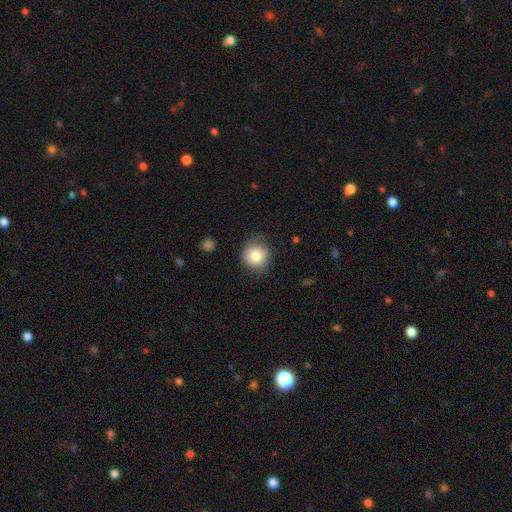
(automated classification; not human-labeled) This appears to be a smooth galaxy with no disk features (81%) that is round (89%). Merging: none (79%).